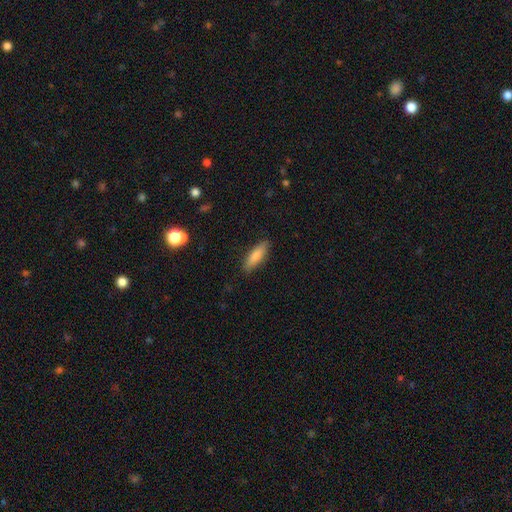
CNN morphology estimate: A smooth galaxy with no disk features (83%) that is in between round and cigar-shaped (50%). Merging: none (87%).